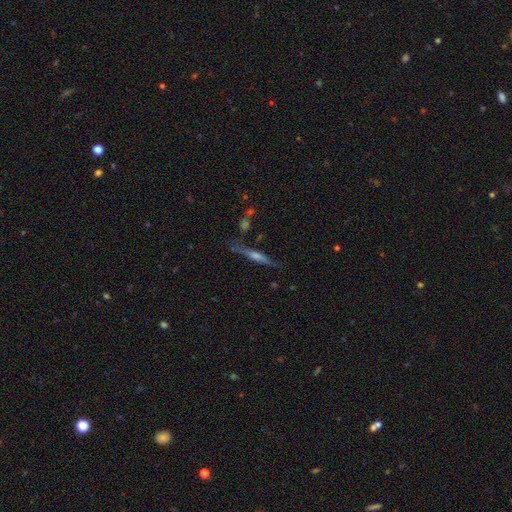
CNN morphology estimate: smooth-or-featured: featured or disk: 72% | smooth: 20% | star or artifact: 8%
  disk-edge-on: yes: 97% | no: 3%
    edge-on-bulge: rounded: 71% | none: 15% | boxy: 15%
  merging: none: 80% | minor disturbance: 12% | merger: 4% | major disturbance: 3%